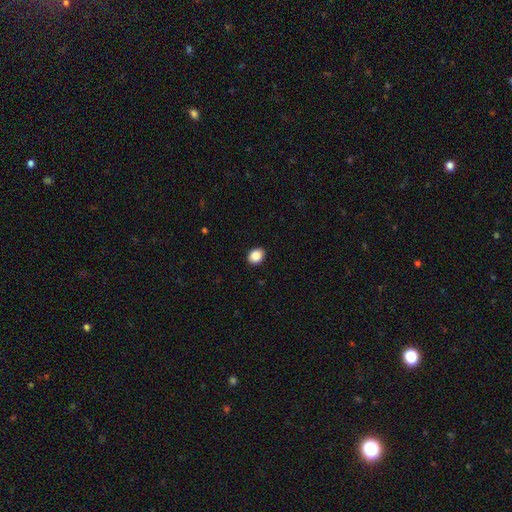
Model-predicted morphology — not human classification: A smooth galaxy with no disk features (88%) that is round (54%).

Vote fractions:
- Smooth or featured? smooth: 88% / star or artifact: 9% / featured or disk: 3%
- How rounded? round: 54% / in between: 45% / cigar-shaped: 1%
- Merging? none: 91% / minor disturbance: 7% / major disturbance: 2% / merger: 1%